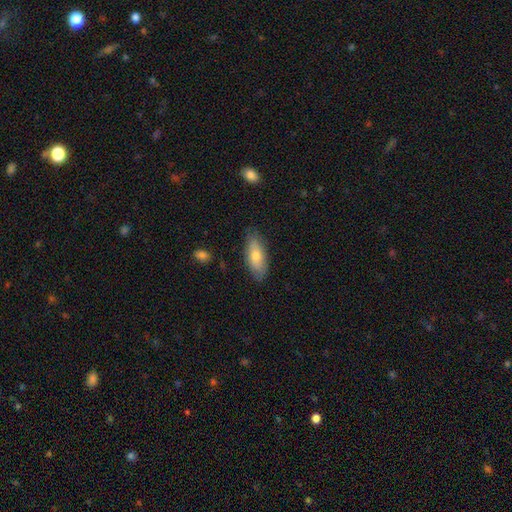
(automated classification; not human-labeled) Smooth or featured? Predicted: smooth (p=0.65). How rounded? Predicted: in between (p=0.70). Merging? Predicted: none (p=0.84).